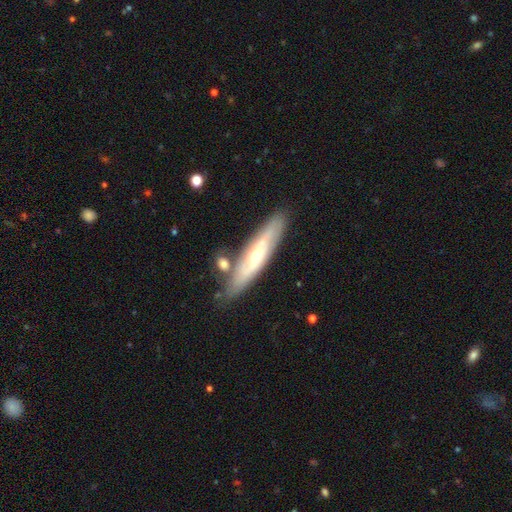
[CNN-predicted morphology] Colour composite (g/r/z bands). It shows a featured or disk galaxy (62%) viewed edge-on (57%). Merging: none (77%).